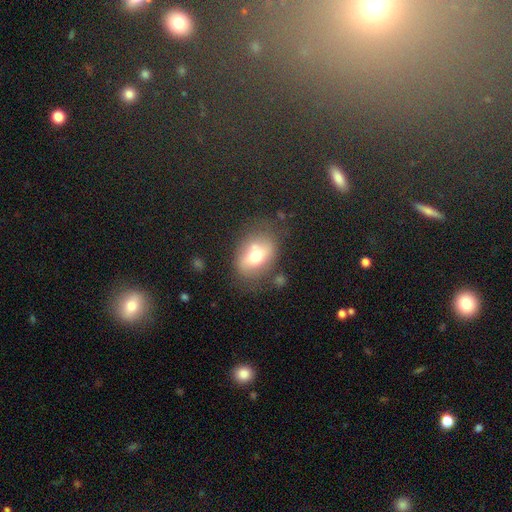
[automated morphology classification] smooth 60%, featured or disk 30%, star or artifact 10%. Down the decision tree: how rounded — in between (69%); merging — none (63%).